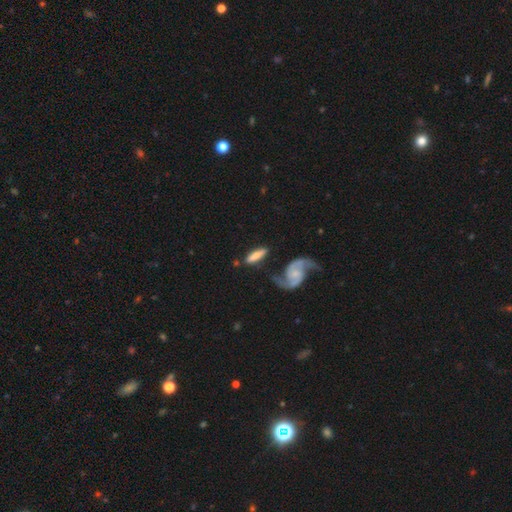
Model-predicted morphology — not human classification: smooth-or-featured: smooth: 51% | featured or disk: 42% | star or artifact: 7%
  how-rounded: cigar-shaped: 55% | in between: 42% | round: 4%
  merging: none: 60% | minor disturbance: 19% | merger: 12% | major disturbance: 9%